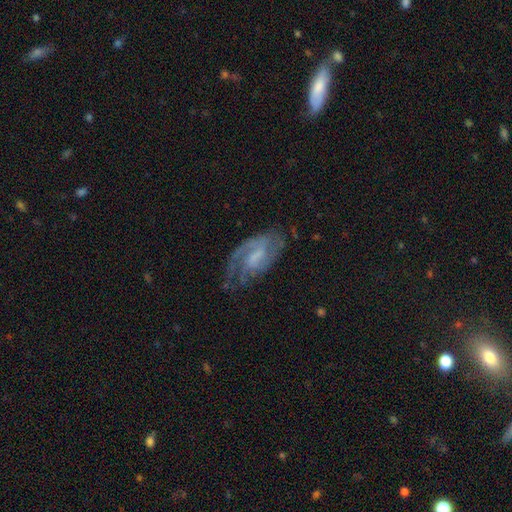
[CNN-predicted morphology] This is clearly a featured or disk galaxy (80%). It is clearly not viewed edge-on (96%). Bar: possibly weak (53%). Spiral arm pattern: clearly yes (93%). Spiral arm count: possibly 2 (56%). Spiral winding: possibly medium (48%). Central bulge: marginally small (38%). Merging: possibly none (59%).